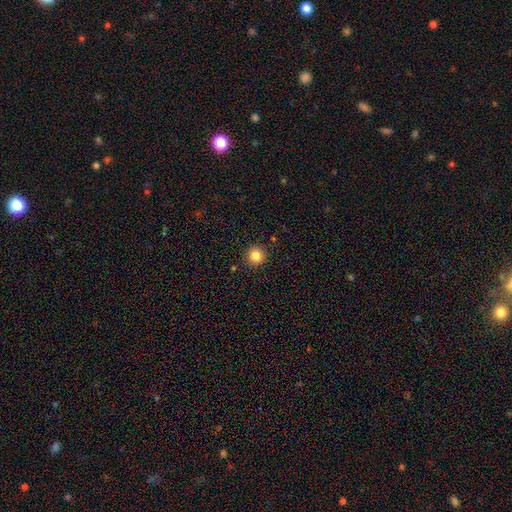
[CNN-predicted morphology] smooth-or-featured: smooth: 84% | star or artifact: 11% | featured or disk: 5%
  how-rounded: round: 95% | in between: 4% | cigar-shaped: 1%
  merging: none: 91% | minor disturbance: 6% | major disturbance: 2% | merger: 2%